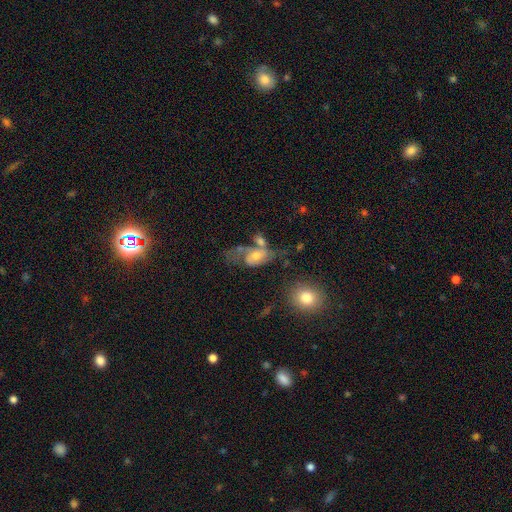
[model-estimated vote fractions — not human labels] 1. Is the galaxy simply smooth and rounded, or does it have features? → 60% featured or disk, 30% smooth, 10% star or artifact.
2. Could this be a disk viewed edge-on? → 95% no, 5% yes.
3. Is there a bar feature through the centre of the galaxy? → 64% no, 30% weak, 7% strong.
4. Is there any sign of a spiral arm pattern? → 76% yes, 24% no.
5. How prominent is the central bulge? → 58% moderate, 27% small, 9% large, 4% none, 2% dominant.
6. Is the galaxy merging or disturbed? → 31% merger, 30% major disturbance, 23% none, 16% minor disturbance.